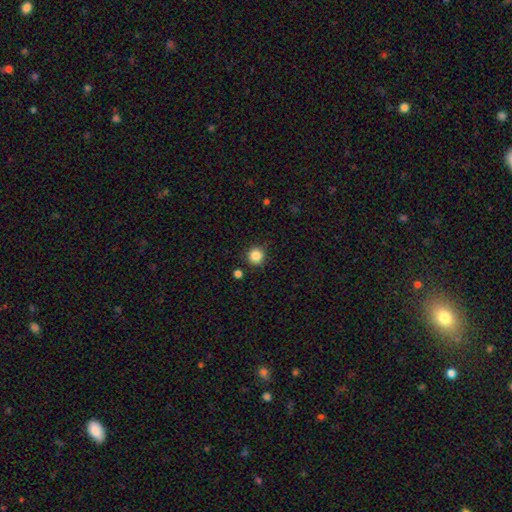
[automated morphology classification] The model was most divided on "smooth or featured": smooth: 85%, star or artifact: 11%, featured or disk: 4%. More confident: how rounded — round (94%); merging — none (87%).